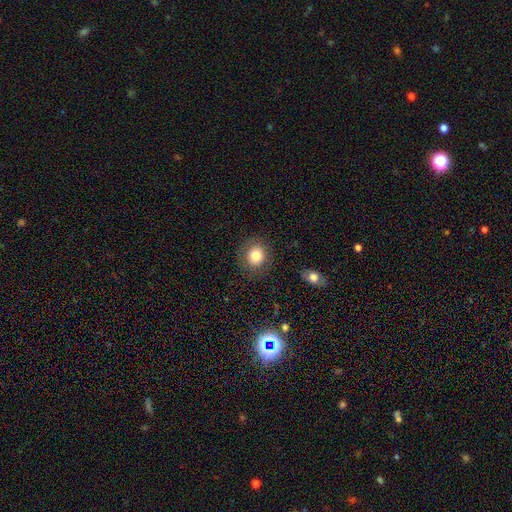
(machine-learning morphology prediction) The model was most divided on "how rounded": round: 83%, in between: 16%, cigar-shaped: 1%. More confident: merging — none (86%); smooth or featured — smooth (80%).